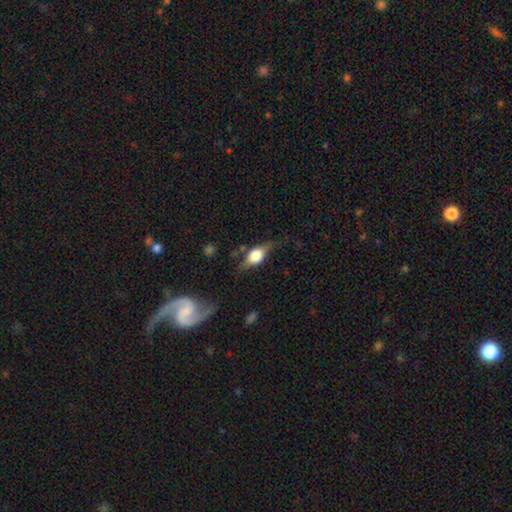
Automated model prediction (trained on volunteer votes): This is possibly a smooth galaxy (47%). Merging: likely none (61%).